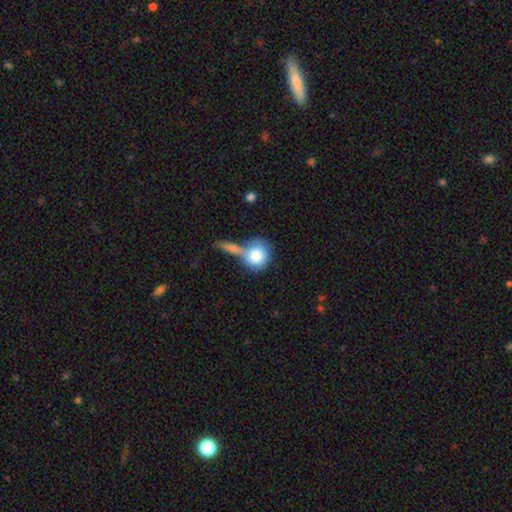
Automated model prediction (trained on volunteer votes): Smooth or featured?
  - smooth: 79% *
  - featured or disk: 14%
  - star or artifact: 6%
How rounded?
  - round: 80% *
  - in between: 18%
  - cigar-shaped: 2%
Merging?
  - merger: 44% *
  - none: 35%
  - minor disturbance: 13%
  - major disturbance: 8%